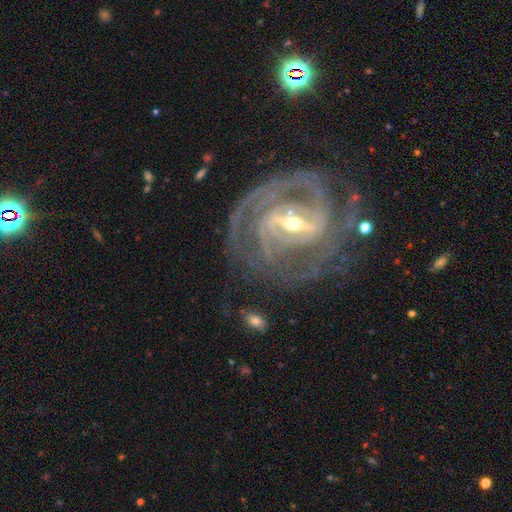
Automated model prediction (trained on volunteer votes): Morphology: type=featured or disk (90%); edge-on=no (97%); bar=strong (59%); spiral arms=yes (98%); winding=tight (58%); arm count=2 (41%); bulge=small (59%); merging=none (72%).